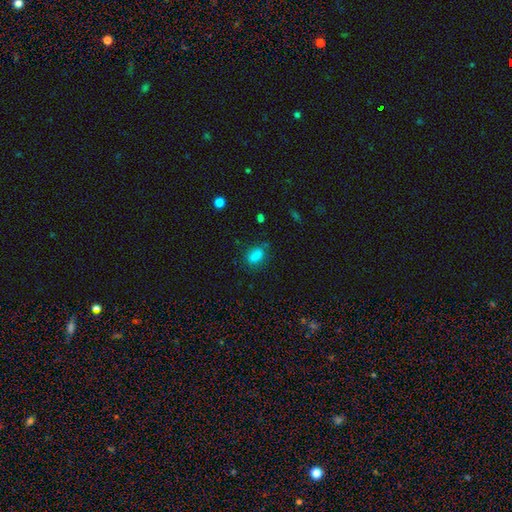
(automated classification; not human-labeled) This is clearly a smooth galaxy (83%). How rounded: clearly in between (80%). Merging: likely none (71%).